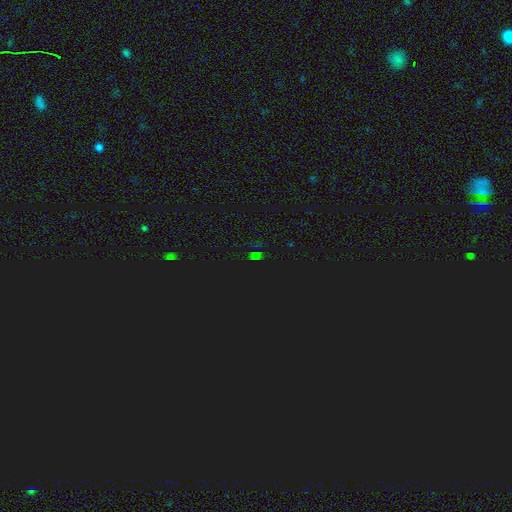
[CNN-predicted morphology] smooth-or-featured: star or artifact: 70% | smooth: 22% | featured or disk: 7%